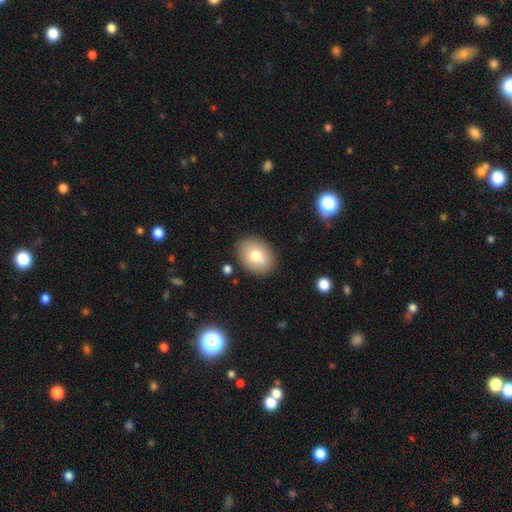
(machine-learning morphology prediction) This is likely a smooth galaxy (74%). How rounded: likely in between (65%). Merging: clearly none (81%).